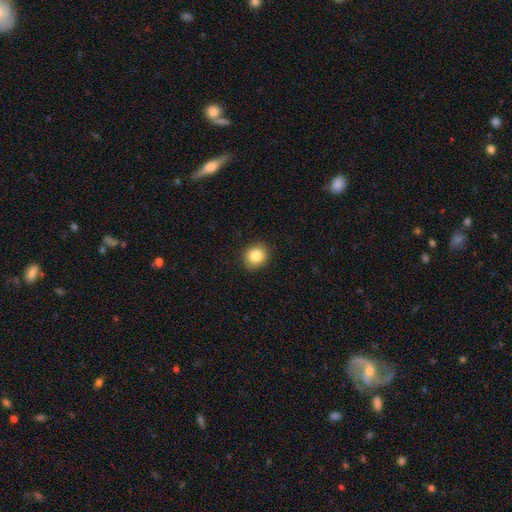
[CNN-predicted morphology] Smooth or featured? smooth (85%)
How rounded? round (79%)
Merging? none (90%)